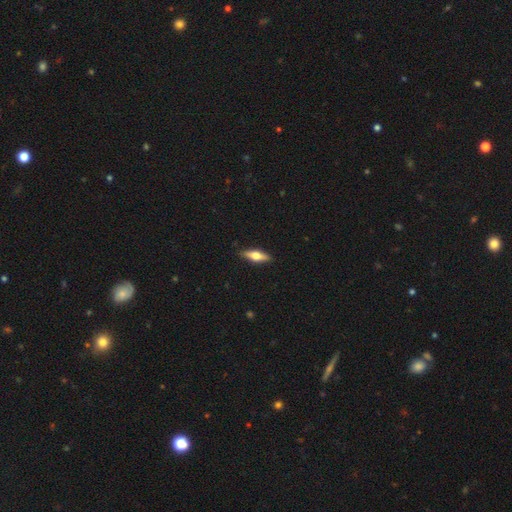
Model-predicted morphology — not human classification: smooth-or-featured: featured or disk: 47% (tied) | smooth: 47% (tied) | star or artifact: 6%
  merging: none: 89% | minor disturbance: 8% | major disturbance: 2% | merger: 1%